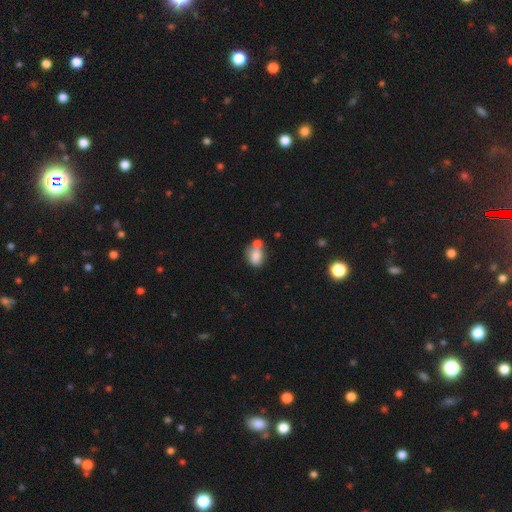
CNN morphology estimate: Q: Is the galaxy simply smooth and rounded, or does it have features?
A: smooth — 80%.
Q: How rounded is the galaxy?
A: in between — 63%.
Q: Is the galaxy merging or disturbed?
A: none — 39%, tied with merger.